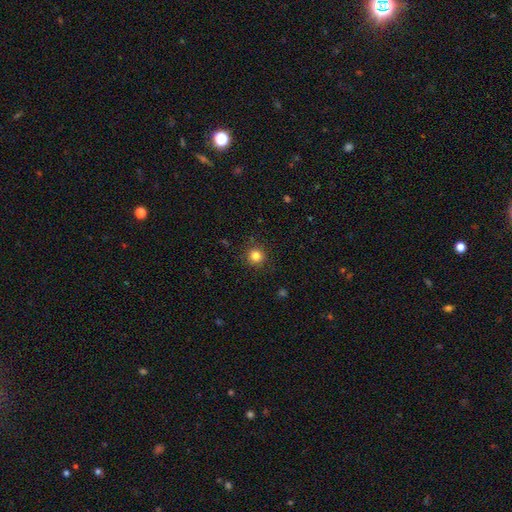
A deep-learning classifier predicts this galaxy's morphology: smooth_or_featured: smooth (p=0.83) [alt: star or artifact p=0.12]
how_rounded: round (p=0.94) [alt: in between p=0.05]
merging: none (p=0.91) [alt: minor disturbance p=0.06]